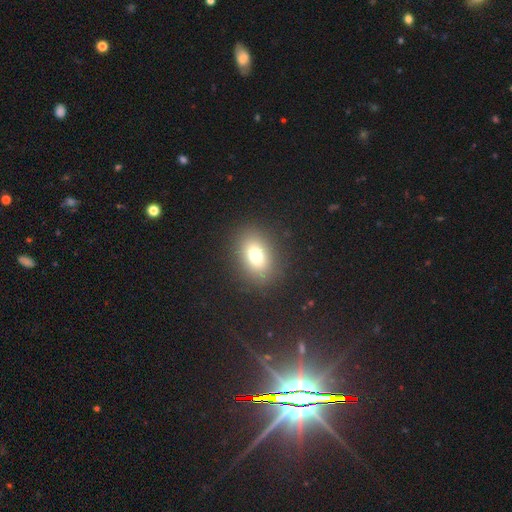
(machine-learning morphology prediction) Smooth or featured? smooth (74%)
How rounded? in between (69%)
Merging? none (87%)